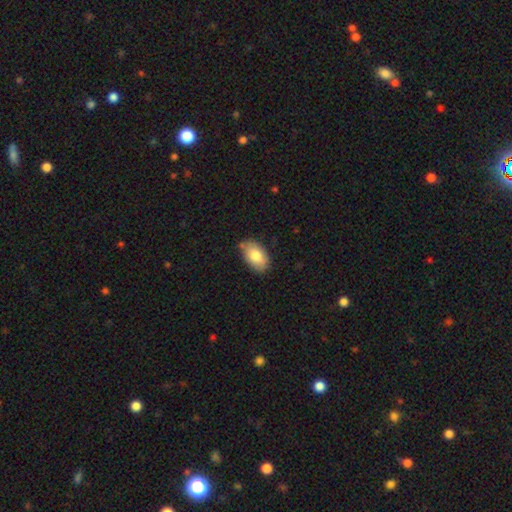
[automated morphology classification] Smooth or featured?
  - smooth: 81% *
  - featured or disk: 12%
  - star or artifact: 7%
How rounded?
  - in between: 92% *
  - round: 7%
  - cigar-shaped: 1%
Merging?
  - none: 78% *
  - minor disturbance: 17%
  - major disturbance: 3%
  - merger: 2%